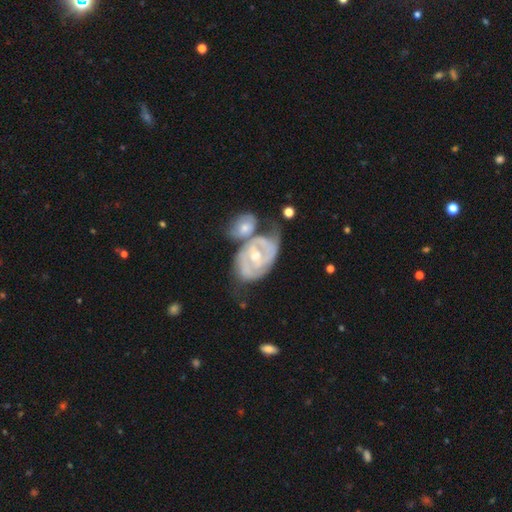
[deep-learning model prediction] featured or disk 82%, smooth 13%, star or artifact 5%. Down the decision tree: edge-on disk — no (96%); bar — no (47%); spiral arms — yes (84%); spiral arm count — 2 (47%); spiral winding — tight (58%); bulge size — moderate (64%); merging — merger (39%).